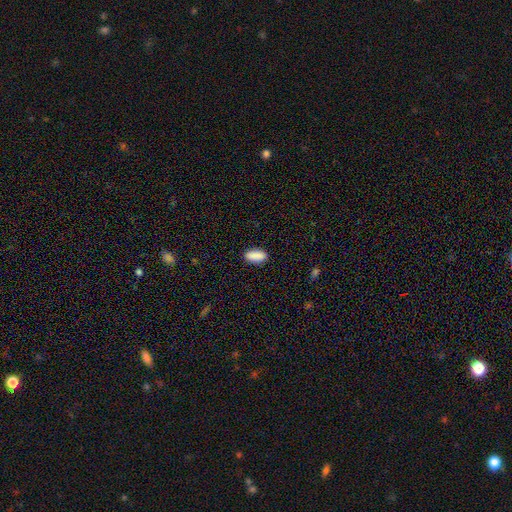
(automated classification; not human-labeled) Morphology: type=smooth (89%); roundness=in between (87%); merging=none (88%).